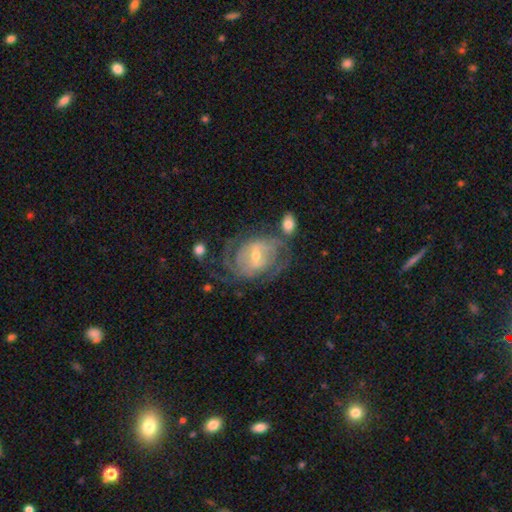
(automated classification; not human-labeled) A featured or disk galaxy (82%) with a weak bar (51%), tight (56%) spiral arms (90%) and a moderate central bulge (52%). Merging: none (53%).